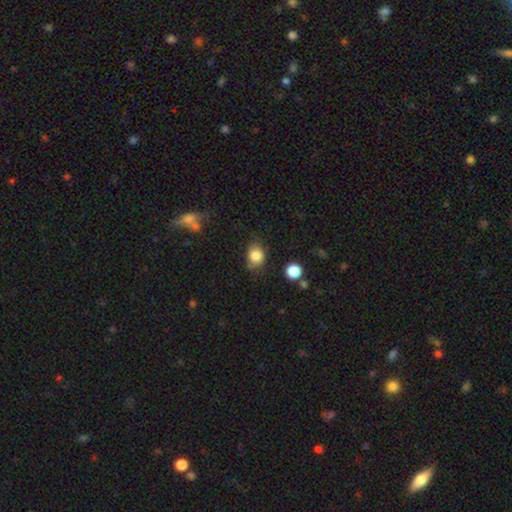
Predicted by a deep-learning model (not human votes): Smooth or featured: smooth — 83% (star or artifact — 10%)
How rounded: round — 50% (in between — 49%)
Merging: none — 66% (minor disturbance — 24%)